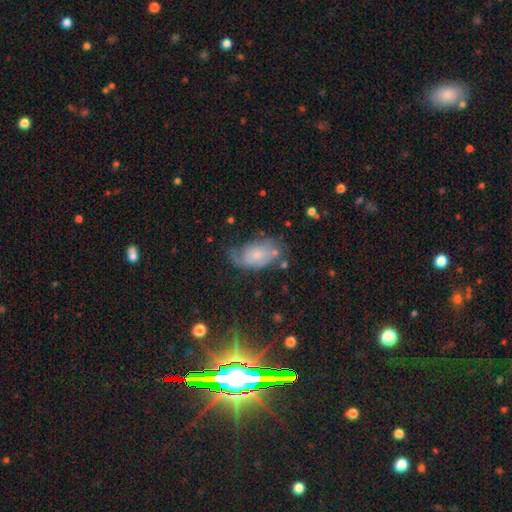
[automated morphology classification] A smooth galaxy with no disk features (51%) that is in between round and cigar-shaped (91%).

Vote fractions:
- Smooth or featured? smooth: 51% / featured or disk: 39% / star or artifact: 10%
- How rounded? in between: 91% / round: 7% / cigar-shaped: 3%
- Merging? none: 43% / minor disturbance: 33% / major disturbance: 19% / merger: 6%